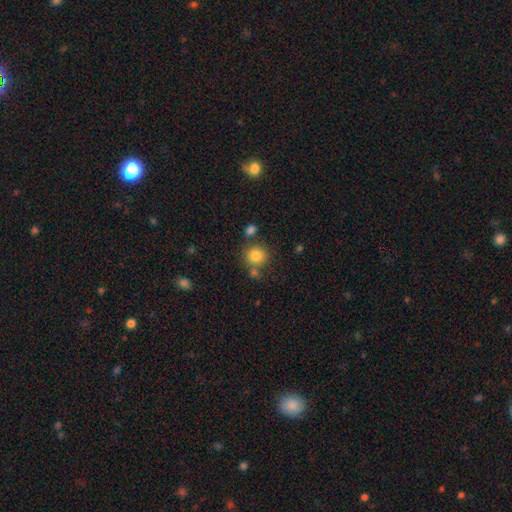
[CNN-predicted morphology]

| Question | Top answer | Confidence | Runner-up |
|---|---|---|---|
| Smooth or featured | smooth | 82% | star or artifact (11%) |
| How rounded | round | 91% | in between (8%) |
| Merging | none | 71% | merger (15%) |